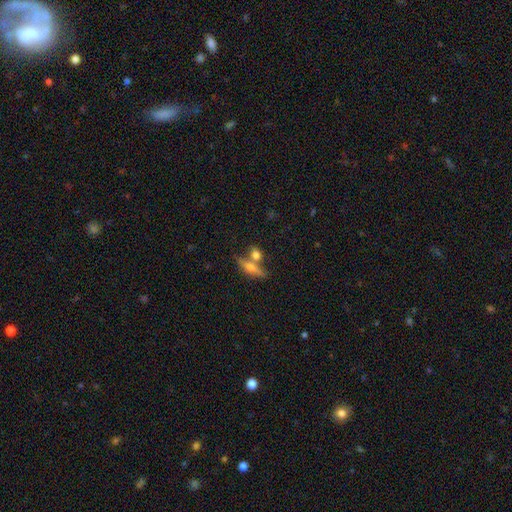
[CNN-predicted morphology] smooth 59%, featured or disk 32%, star or artifact 9%. Down the decision tree: how rounded — in between (39%); merging — none (50%).